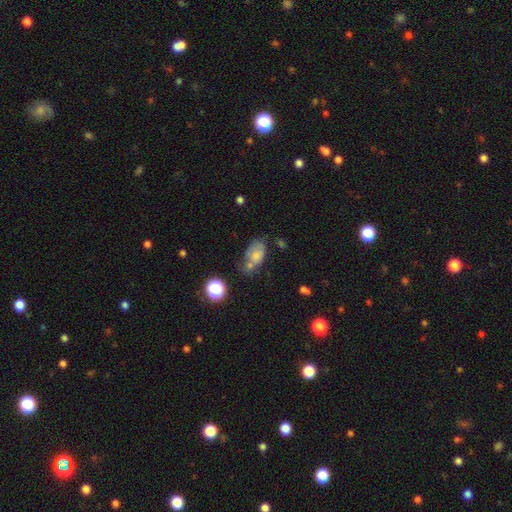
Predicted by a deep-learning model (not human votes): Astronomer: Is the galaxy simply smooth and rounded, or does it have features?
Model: smooth — 64%.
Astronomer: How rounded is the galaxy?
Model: in between — 86%.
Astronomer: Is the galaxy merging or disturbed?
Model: none — 34% (runner-up: merger, 26%).